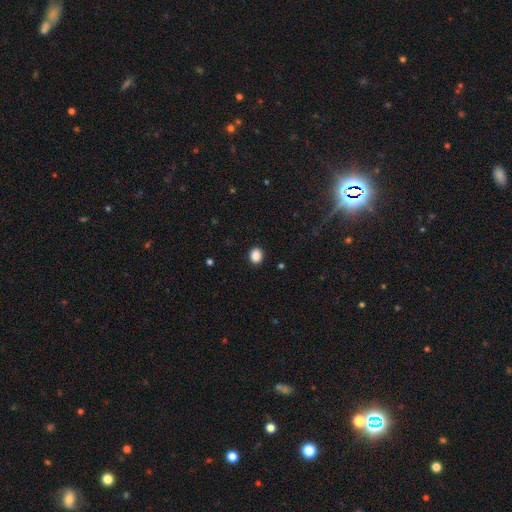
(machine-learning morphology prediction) smooth 89%, star or artifact 9%, featured or disk 2%. Down the decision tree: how rounded — round (55%); merging — none (91%).